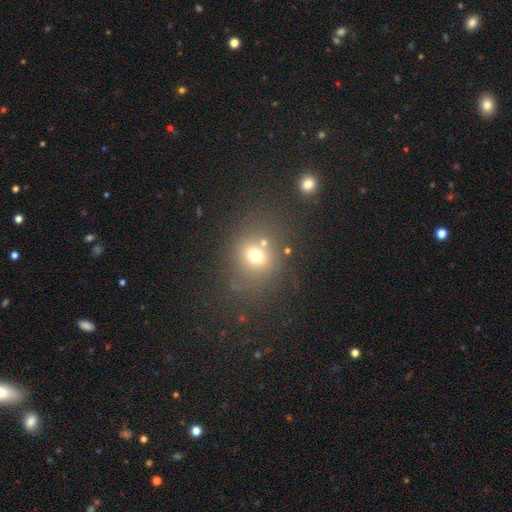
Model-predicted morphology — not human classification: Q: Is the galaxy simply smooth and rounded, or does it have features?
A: smooth — 65%.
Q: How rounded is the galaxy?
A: round — 69%.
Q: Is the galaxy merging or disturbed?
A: none — 65%.